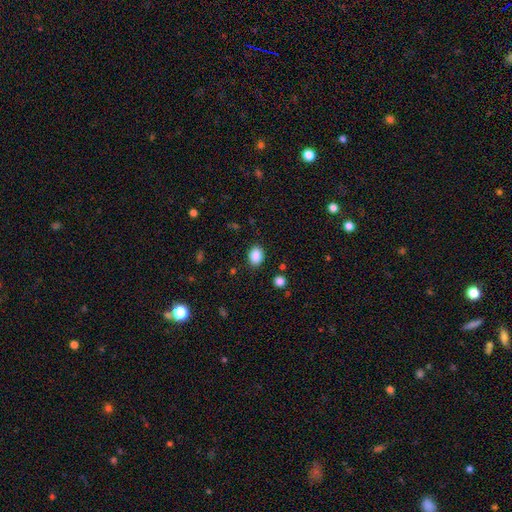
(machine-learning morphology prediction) Smooth or featured: smooth — 87% (star or artifact — 9%)
How rounded: in between — 64% (round — 35%)
Merging: none — 87% (minor disturbance — 9%)